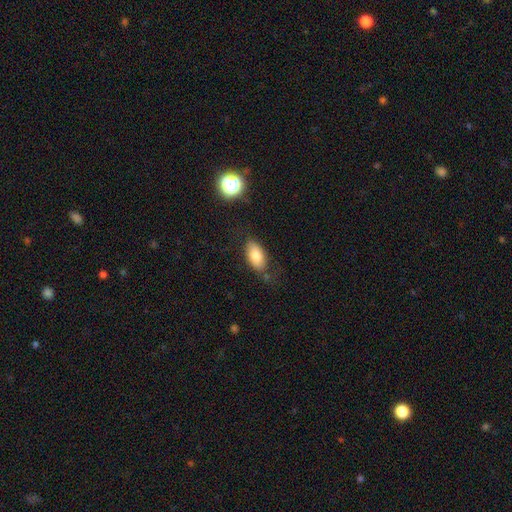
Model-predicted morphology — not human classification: type=smooth (79%); roundness=in between (92%); merging=none (71%).